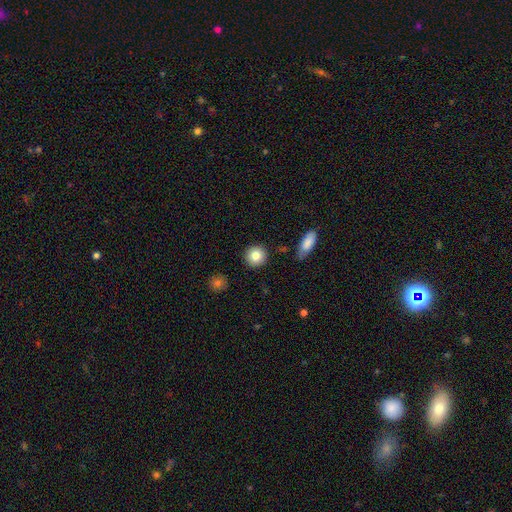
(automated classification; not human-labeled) Q: Smooth or featured?
A: smooth (84%); runner-up: star or artifact (8%)
Q: How rounded?
A: round (93%); runner-up: in between (6%)
Q: Merging?
A: none (90%); runner-up: minor disturbance (6%)